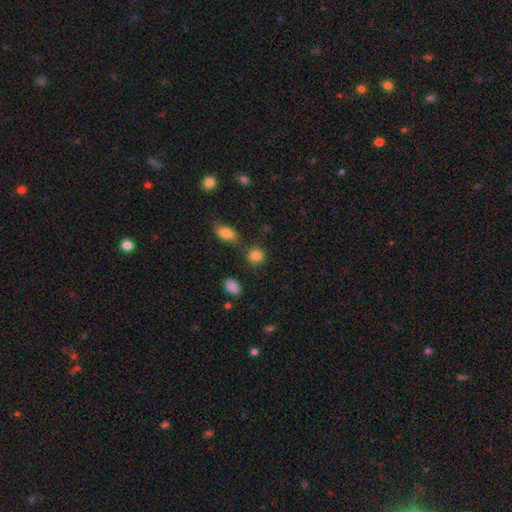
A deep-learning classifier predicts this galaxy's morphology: Q: Smooth or featured?
A: smooth (86%); runner-up: star or artifact (10%)
Q: How rounded?
A: round (82%); runner-up: in between (17%)
Q: Merging?
A: none (78%); runner-up: minor disturbance (10%)